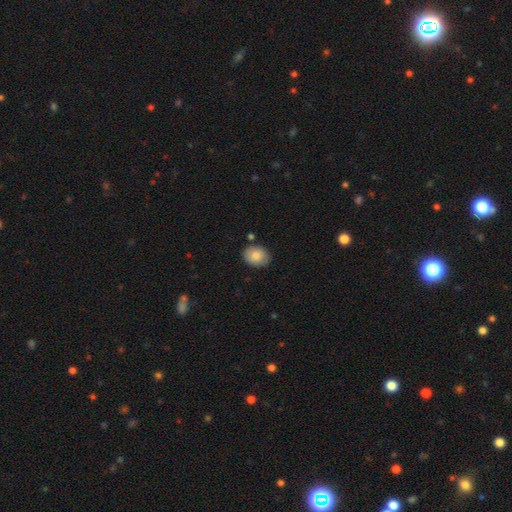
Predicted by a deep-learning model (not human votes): Smooth or featured? Predicted: smooth (p=0.83). How rounded? Predicted: in between (p=0.59). Merging? Predicted: none (p=0.83).